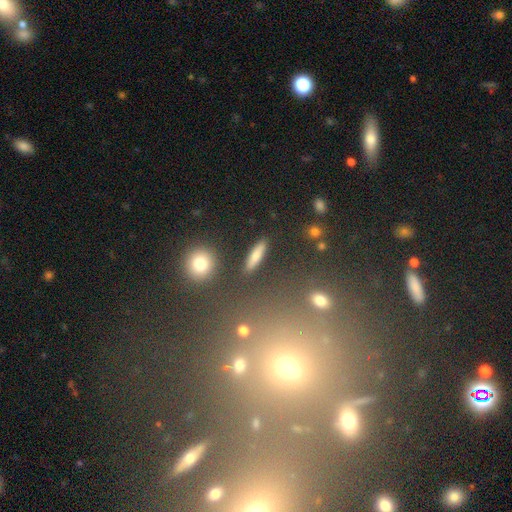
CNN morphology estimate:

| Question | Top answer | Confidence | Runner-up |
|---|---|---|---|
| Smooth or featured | smooth | 72% | featured or disk (18%) |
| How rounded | cigar-shaped | 72% | in between (24%) |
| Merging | none | 88% | minor disturbance (7%) |